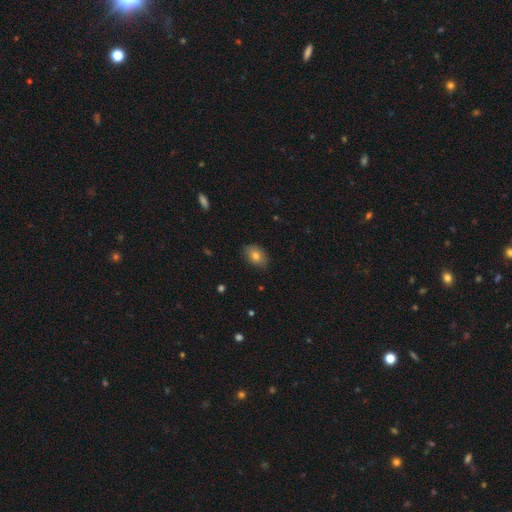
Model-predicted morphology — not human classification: Smooth or featured?
  - smooth: 77% *
  - featured or disk: 14%
  - star or artifact: 9%
How rounded?
  - in between: 84% *
  - round: 15%
  - cigar-shaped: 1%
Merging?
  - none: 83% *
  - minor disturbance: 14%
  - major disturbance: 2%
  - merger: 1%